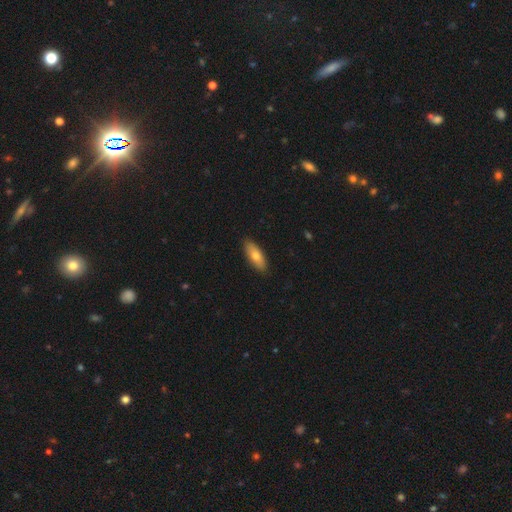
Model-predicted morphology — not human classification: smooth-or-featured: smooth: 74% | featured or disk: 20% | star or artifact: 6%
  how-rounded: in between: 71% | cigar-shaped: 27% | round: 2%
  merging: none: 89% | minor disturbance: 9% | major disturbance: 2% | merger: 1%